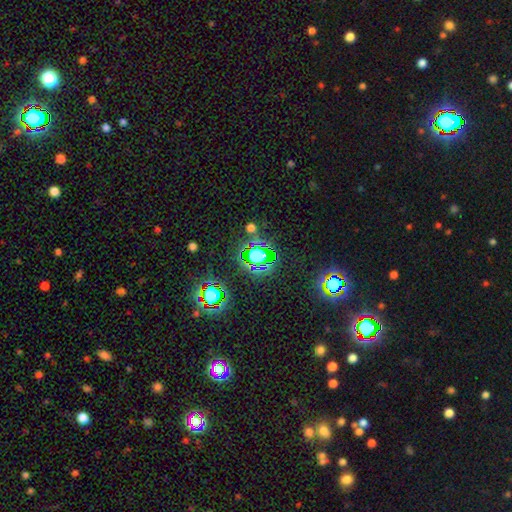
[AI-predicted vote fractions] Q: Smooth or featured?
A: star or artifact (63%); runner-up: smooth (24%)